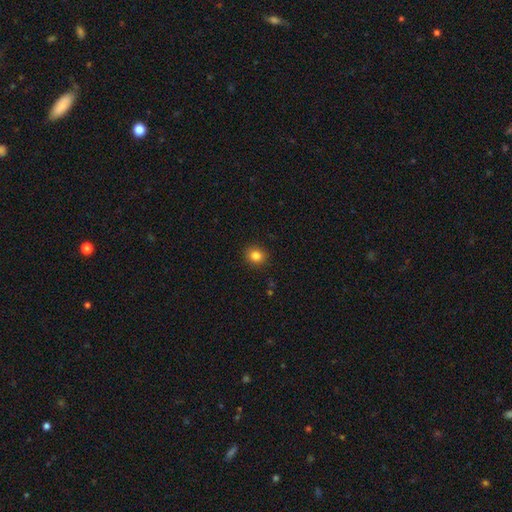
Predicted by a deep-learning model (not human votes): Q: Smooth or featured?
A: smooth (83%); runner-up: star or artifact (11%)
Q: How rounded?
A: round (82%); runner-up: in between (17%)
Q: Merging?
A: none (91%); runner-up: minor disturbance (6%)